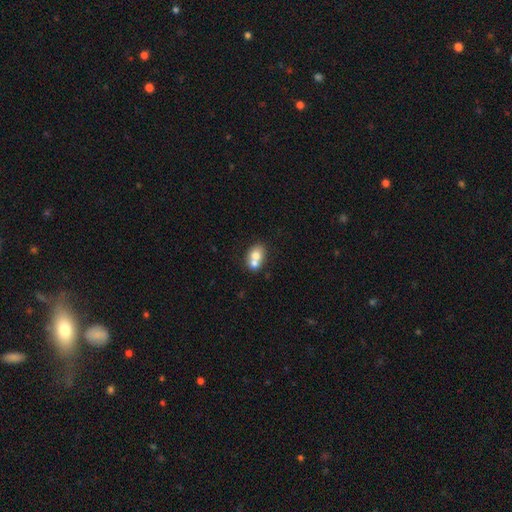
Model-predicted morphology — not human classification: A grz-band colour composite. It shows a smooth galaxy with no disk features (70%) that is round (52%). Merging: merger (63%).